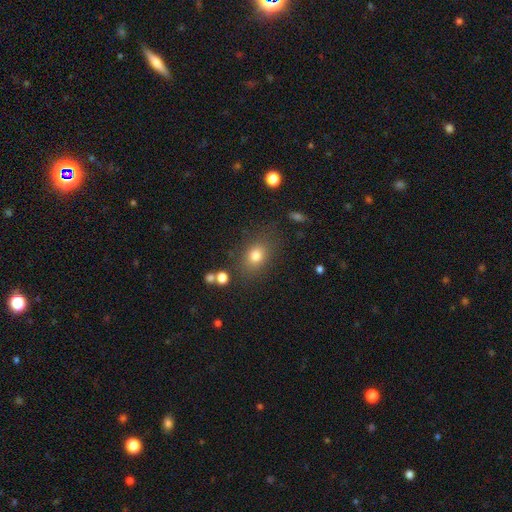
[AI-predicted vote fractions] smooth-or-featured: smooth: 78% | star or artifact: 12% | featured or disk: 10%
  how-rounded: in between: 63% | round: 35% | cigar-shaped: 2%
  merging: none: 77% | minor disturbance: 14% | major disturbance: 6% | merger: 4%